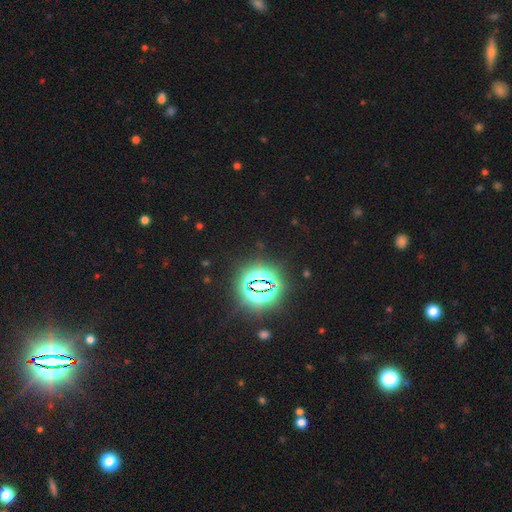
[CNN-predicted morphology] Smooth or featured?
  - star or artifact: 83% *
  - smooth: 10%
  - featured or disk: 7%